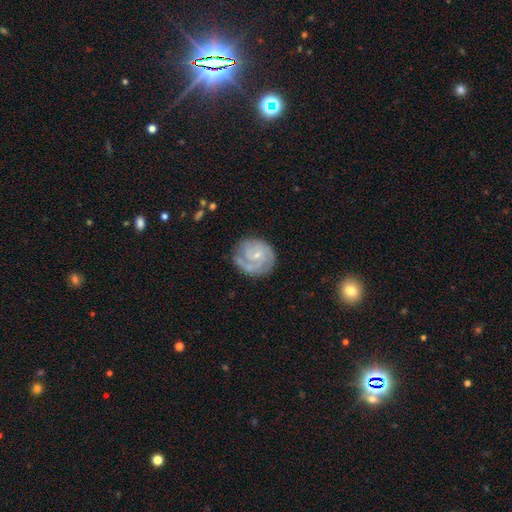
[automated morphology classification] Q: Smooth or featured?
A: featured or disk (77%); runner-up: smooth (17%)
Q: Edge-on disk?
A: no (98%); runner-up: yes (2%)
Q: Bar?
A: no (59%); runner-up: weak (36%)
Q: Spiral arms?
A: yes (93%); runner-up: no (7%)
Q: Spiral winding?
A: tight (54%); runner-up: medium (36%)
Q: Spiral arm count?
A: 2 (40%); runner-up: can't tell (22%)
Q: Bulge size?
A: small (70%); runner-up: moderate (23%)
Q: Merging?
A: none (67%); runner-up: minor disturbance (21%)